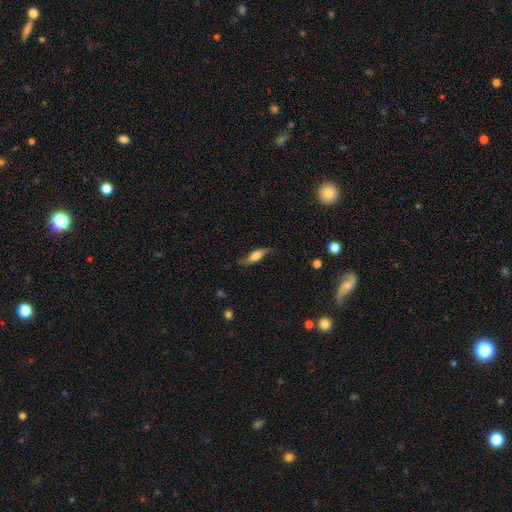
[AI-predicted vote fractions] Morphology: type=smooth (49%); merging=none (67%).